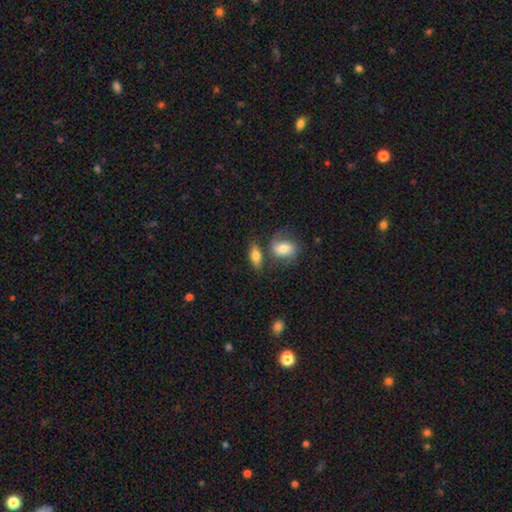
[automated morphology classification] Smooth or featured? smooth (71%)
How rounded? in between (78%)
Merging? none (58%)